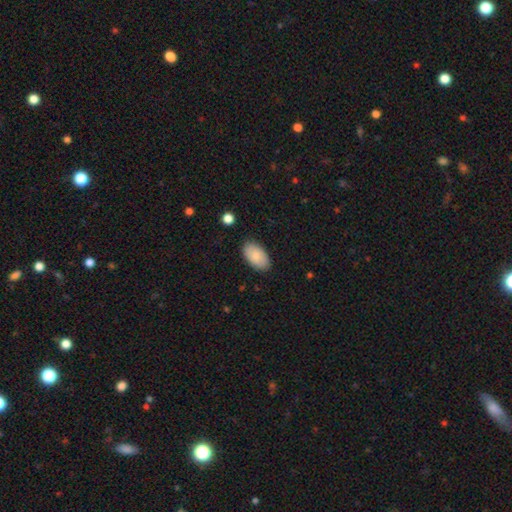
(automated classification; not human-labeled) Morphology: type=smooth (82%); roundness=in between (95%); merging=none (86%).